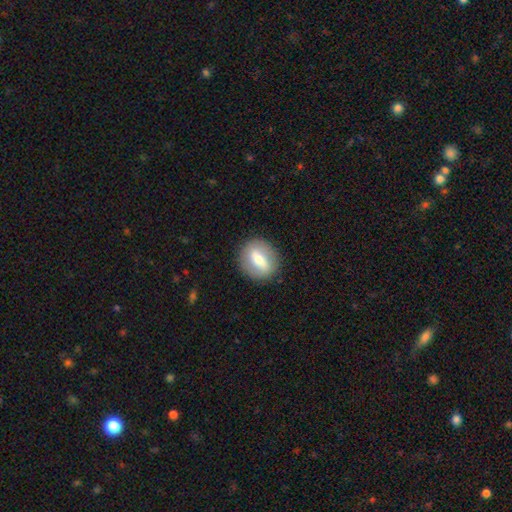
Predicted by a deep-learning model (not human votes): smooth-or-featured: featured or disk: 49% | smooth: 44% | star or artifact: 7%
  merging: none: 88% | minor disturbance: 8% | major disturbance: 3% | merger: 1%